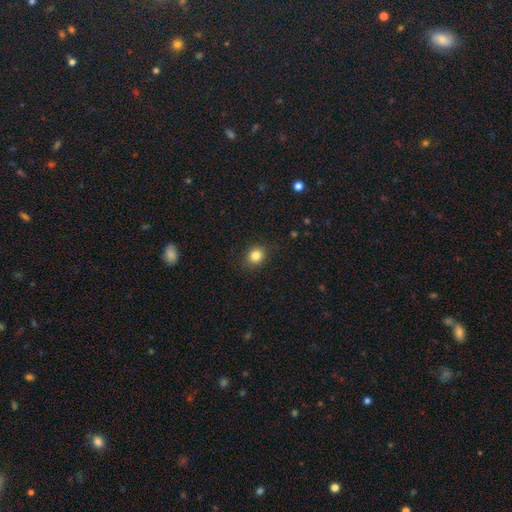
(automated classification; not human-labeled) Q: Smooth or featured?
A: smooth (83%); runner-up: star or artifact (12%)
Q: How rounded?
A: round (80%); runner-up: in between (20%)
Q: Merging?
A: none (89%); runner-up: minor disturbance (8%)